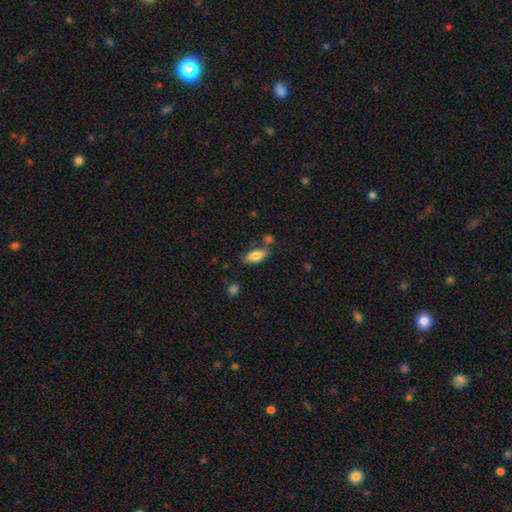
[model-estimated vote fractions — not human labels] Morphology: type=smooth (83%); roundness=in between (85%); merging=none (69%).